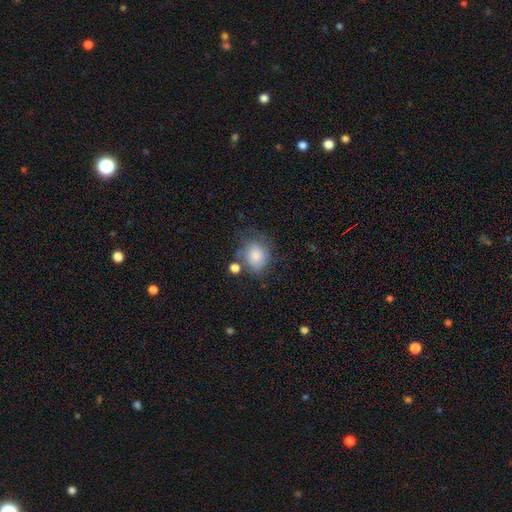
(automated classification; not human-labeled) smooth_or_featured: smooth (p=0.79) [alt: featured or disk p=0.13]
how_rounded: round (p=0.56) [alt: in between p=0.43]
merging: none (p=0.52) [alt: minor disturbance p=0.25]